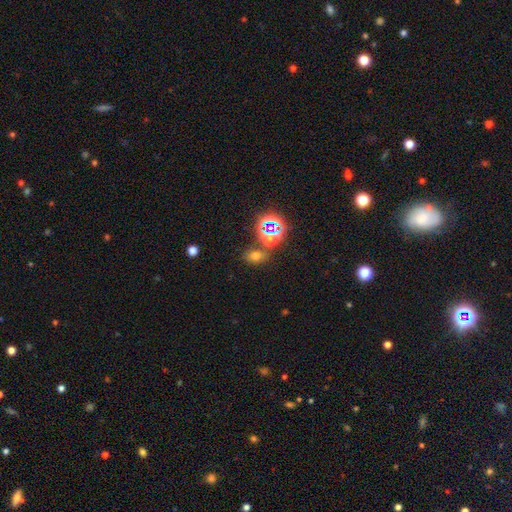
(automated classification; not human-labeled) This appears to be a smooth galaxy with no disk features (58%) that is in between round and cigar-shaped (70%). Merging: none (67%).